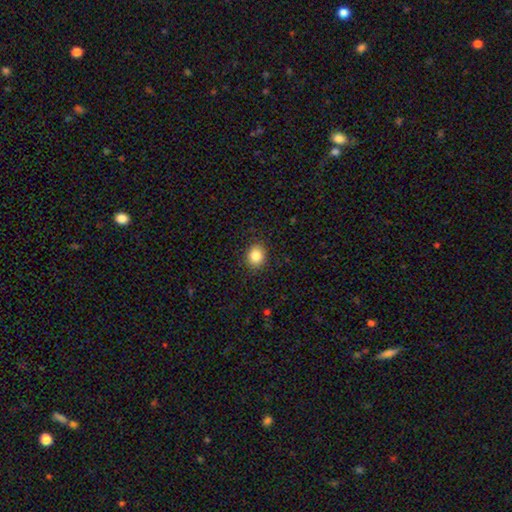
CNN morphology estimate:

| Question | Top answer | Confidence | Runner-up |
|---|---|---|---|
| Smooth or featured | smooth | 85% | star or artifact (10%) |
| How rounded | round | 62% | in between (38%) |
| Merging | none | 89% | minor disturbance (8%) |